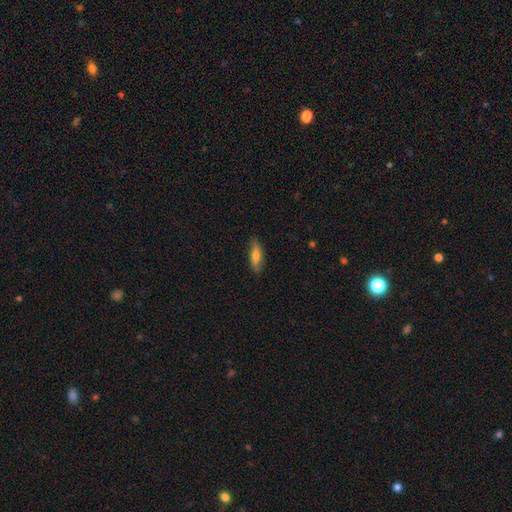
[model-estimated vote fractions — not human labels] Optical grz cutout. It shows a smooth galaxy with no disk features (64%) that is in between round and cigar-shaped (49%). Merging: none (81%).